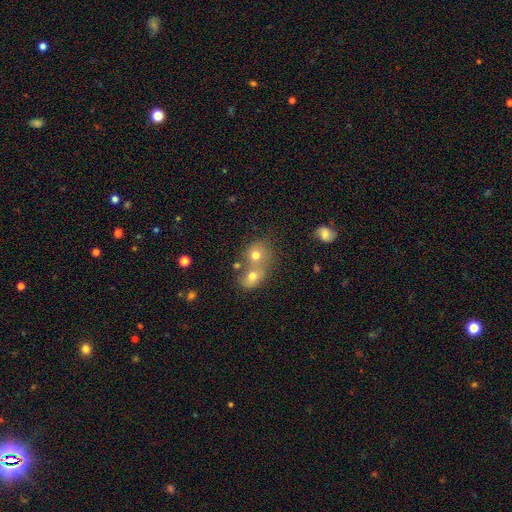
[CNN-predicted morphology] smooth_or_featured: smooth (p=0.67) [alt: featured or disk p=0.17]
how_rounded: round (p=0.69) [alt: in between p=0.30]
merging: merger (p=0.59) [alt: none p=0.31]